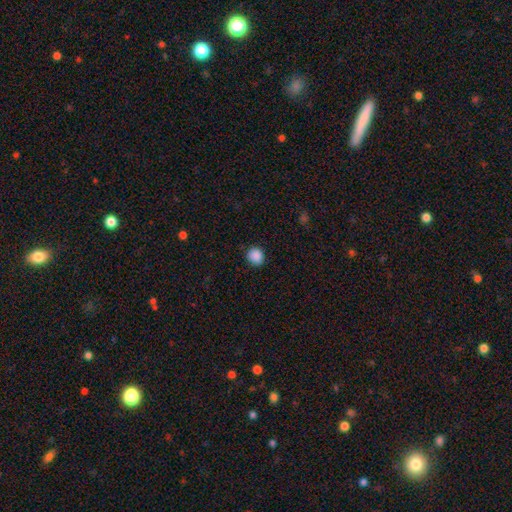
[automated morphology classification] This is clearly a smooth galaxy (88%). How rounded: clearly round (85%). Merging: clearly none (88%).